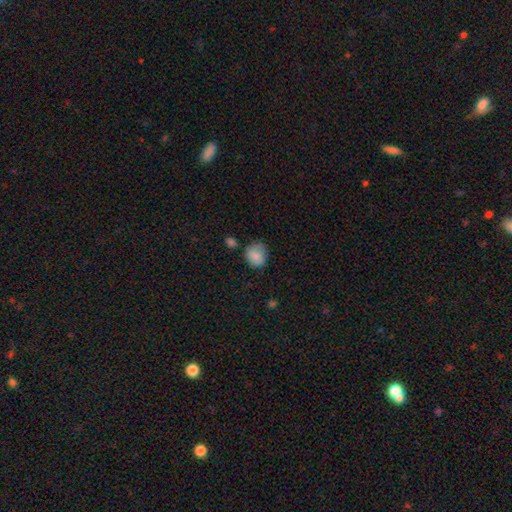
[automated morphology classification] This is clearly a smooth galaxy (84%). How rounded: likely round (70%). Merging: likely none (65%).